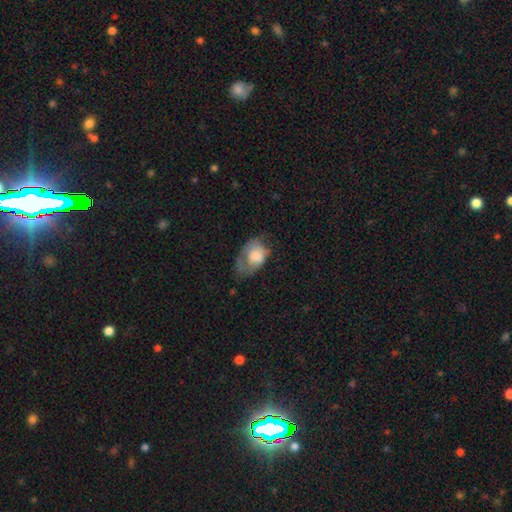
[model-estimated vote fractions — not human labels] A smooth galaxy with no disk features (65%) that is in between round and cigar-shaped (83%).

Vote fractions:
- Smooth or featured? smooth: 65% / featured or disk: 27% / star or artifact: 7%
- How rounded? in between: 83% / round: 15% / cigar-shaped: 1%
- Merging? major disturbance: 37% / minor disturbance: 34% / none: 27% / merger: 2%